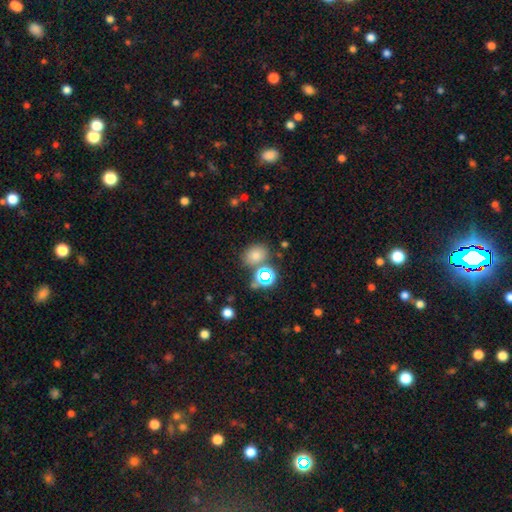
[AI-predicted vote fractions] smooth 71%, star or artifact 21%, featured or disk 8%. Down the decision tree: how rounded — in between (52%); merging — none (70%).